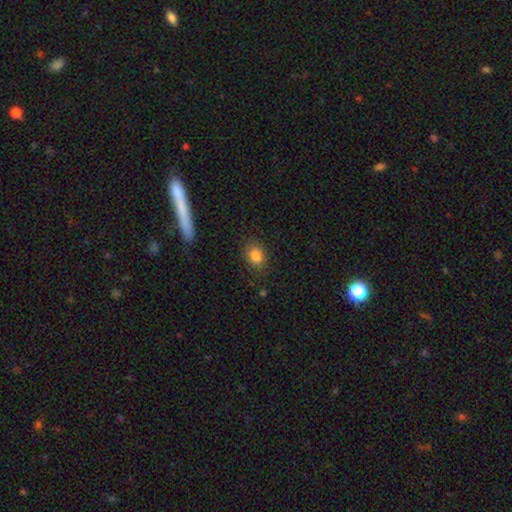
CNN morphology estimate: This is clearly a smooth galaxy (84%). How rounded: possibly in between (56%). Merging: clearly none (84%).